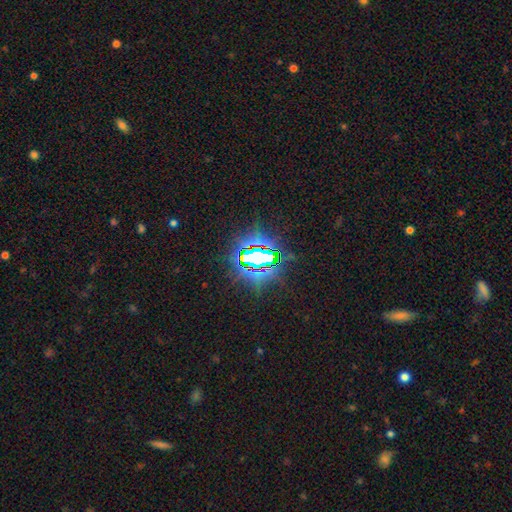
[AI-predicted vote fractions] smooth-or-featured: star or artifact: 75% | smooth: 14% | featured or disk: 11%